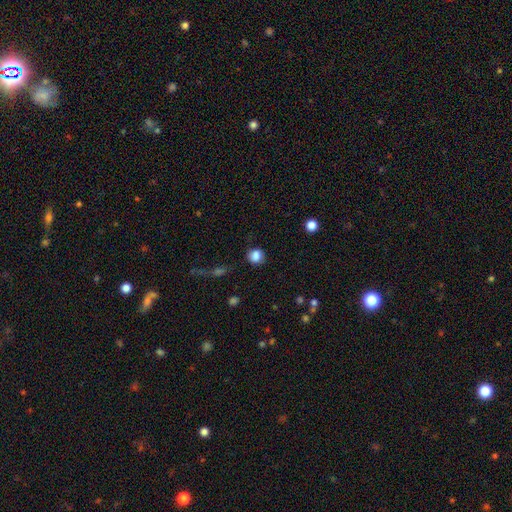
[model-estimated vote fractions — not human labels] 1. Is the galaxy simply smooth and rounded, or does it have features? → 84% smooth, 10% star or artifact, 6% featured or disk.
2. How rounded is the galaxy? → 79% round, 20% in between, 1% cigar-shaped.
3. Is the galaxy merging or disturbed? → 79% none, 14% minor disturbance, 5% major disturbance, 2% merger.